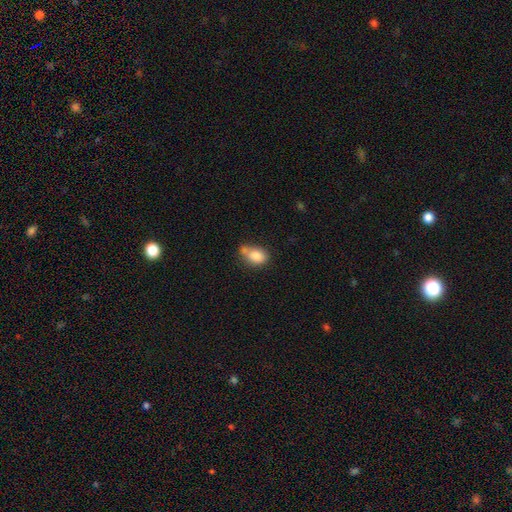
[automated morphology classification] smooth 83%, featured or disk 9%, star or artifact 8%. Down the decision tree: how rounded — in between (74%); merging — none (42%).